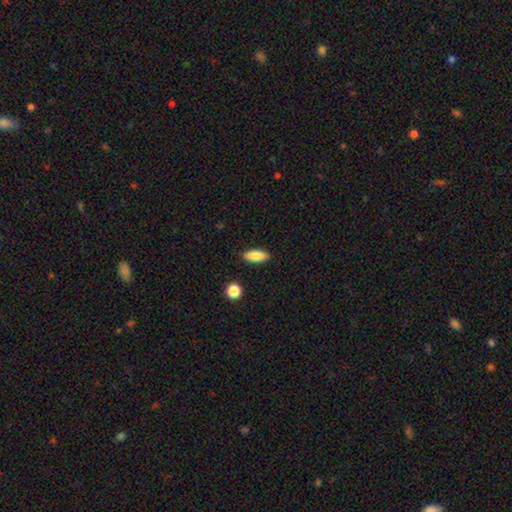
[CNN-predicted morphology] smooth_or_featured: smooth (p=0.85) [alt: featured or disk p=0.08]
how_rounded: in between (p=0.71) [alt: cigar-shaped p=0.26]
merging: none (p=0.88) [alt: minor disturbance p=0.08]